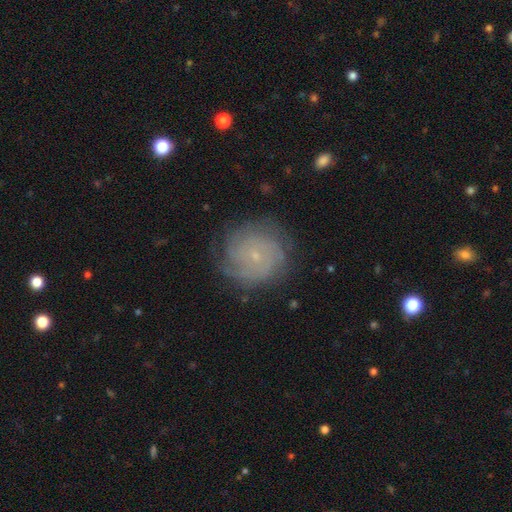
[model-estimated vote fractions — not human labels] smooth-or-featured: featured or disk: 74% | smooth: 18% | star or artifact: 8%
  disk-edge-on: no: 98% | yes: 2%
    bar: no: 76% | weak: 21% | strong: 3%
    has-spiral-arms: yes: 94% | no: 6%
      spiral-winding: tight: 75% | medium: 20% | loose: 5%
      spiral-arm-count: can't tell: 38% | 2: 18% | 3: 17% | 4: 13% | more than 4: 7% | 1: 6%
    bulge-size: small: 85% | moderate: 9% | none: 4% | large: 1% | dominant: 1%
  merging: none: 79% | minor disturbance: 14% | major disturbance: 5% | merger: 1%